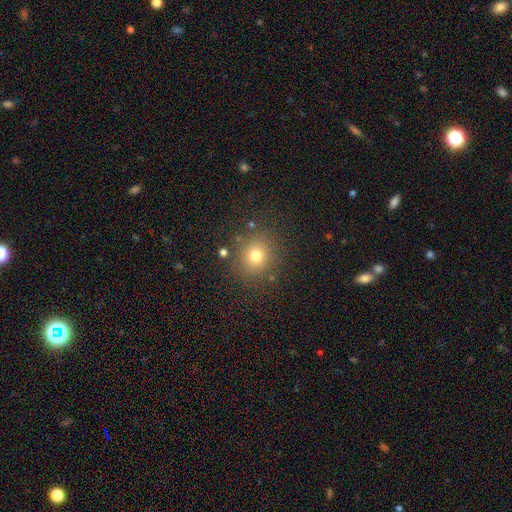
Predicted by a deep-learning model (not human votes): A smooth galaxy with no disk features (74%) that is round (86%). Merging: none (85%).